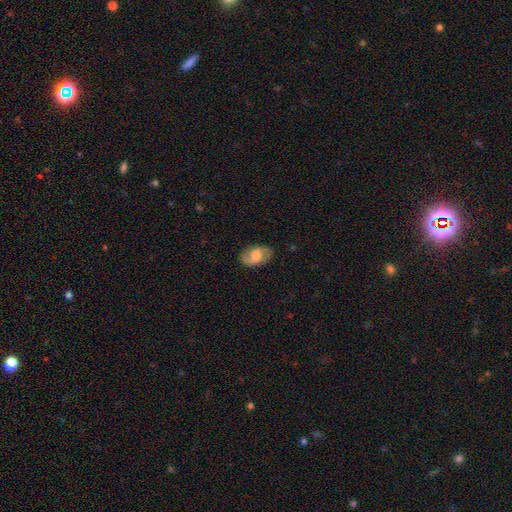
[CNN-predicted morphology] type=featured or disk (54%); edge-on=no (94%); bar=no (48%); spiral arms=yes (82%); bulge=moderate (43%); merging=none (82%).